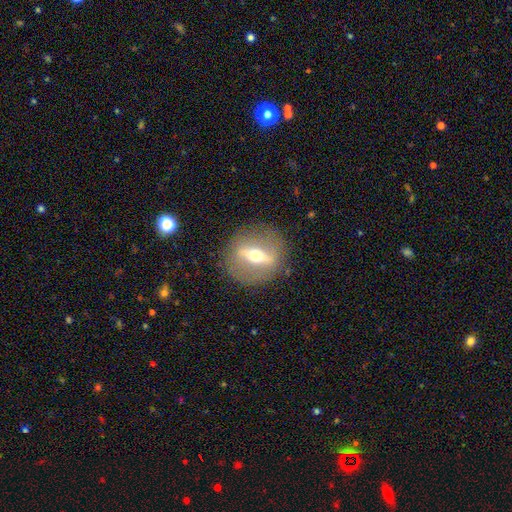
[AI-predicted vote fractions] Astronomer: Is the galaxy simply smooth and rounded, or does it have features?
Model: featured or disk — 74%.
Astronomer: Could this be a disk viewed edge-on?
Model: yes — 52% (runner-up: no, 48%).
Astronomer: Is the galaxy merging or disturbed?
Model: none — 86%.